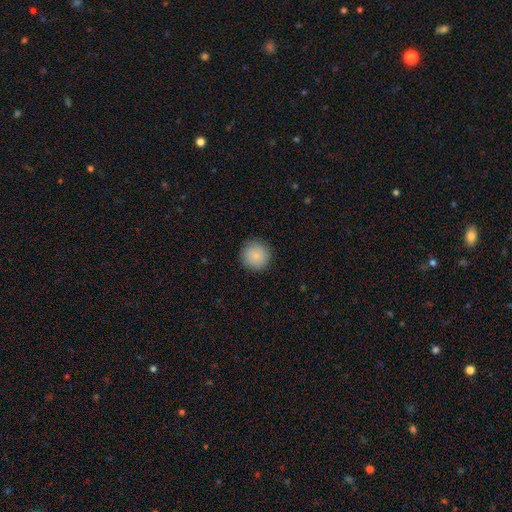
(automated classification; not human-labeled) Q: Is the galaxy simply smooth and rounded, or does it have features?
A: smooth — 85%.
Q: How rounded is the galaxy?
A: round — 94%.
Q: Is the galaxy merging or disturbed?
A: none — 87%.